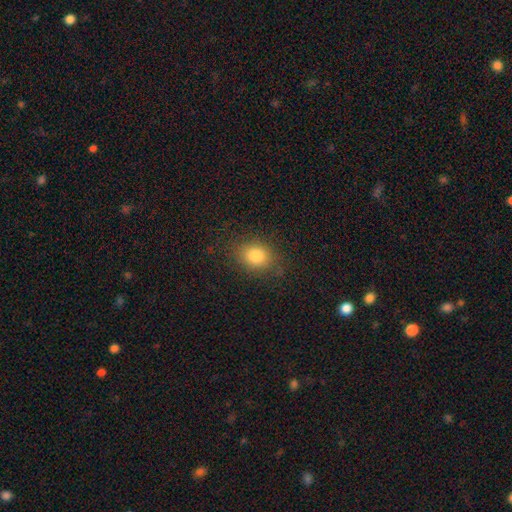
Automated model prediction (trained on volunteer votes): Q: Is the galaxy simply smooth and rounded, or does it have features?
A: smooth — 82%.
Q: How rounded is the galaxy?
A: in between — 53%.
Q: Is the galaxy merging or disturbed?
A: none — 83%.